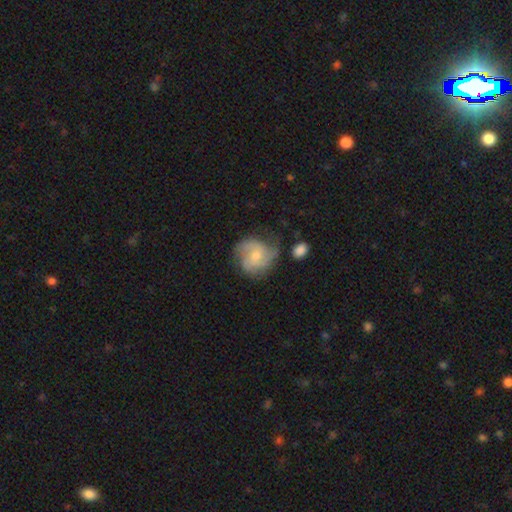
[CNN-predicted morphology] Smooth or featured: featured or disk — 65% (smooth — 28%)
Edge-on disk: no — 98% (yes — 2%)
Bar: no — 67% (weak — 29%)
Spiral arms: yes — 89% (no — 11%)
Spiral winding: medium — 46% (tight — 35%)
Spiral arm count: 3 — 32% (2 — 31%)
Bulge size: moderate — 51% (small — 42%)
Merging: none — 58% (minor disturbance — 25%)